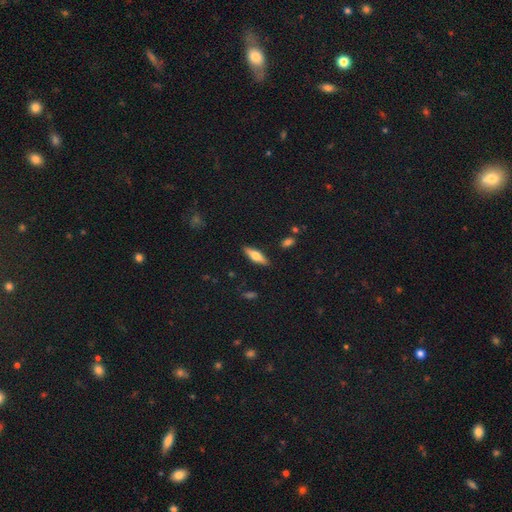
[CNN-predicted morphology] smooth 48%, featured or disk 45%, star or artifact 7%. Down the decision tree: merging — none (87%).